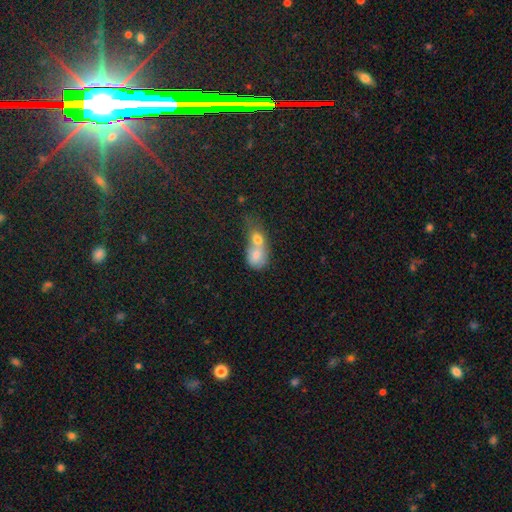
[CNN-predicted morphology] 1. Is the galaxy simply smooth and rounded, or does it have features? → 73% smooth, 19% featured or disk, 8% star or artifact.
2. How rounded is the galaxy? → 57% in between, 41% round, 3% cigar-shaped.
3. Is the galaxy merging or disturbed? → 78% merger, 12% none, 6% minor disturbance, 4% major disturbance.